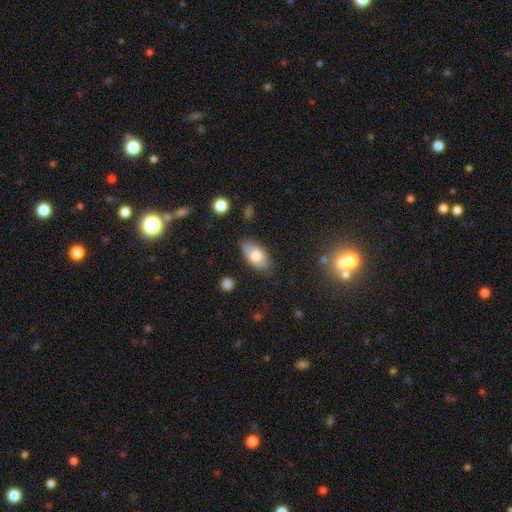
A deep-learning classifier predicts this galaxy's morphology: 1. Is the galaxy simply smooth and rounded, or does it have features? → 75% smooth, 17% featured or disk, 7% star or artifact.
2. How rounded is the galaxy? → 93% in between, 4% round, 3% cigar-shaped.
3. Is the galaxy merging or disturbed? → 75% none, 19% minor disturbance, 4% major disturbance, 2% merger.